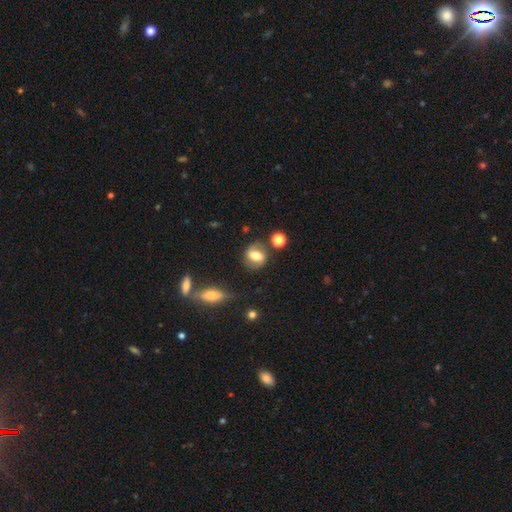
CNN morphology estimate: smooth_or_featured: smooth (p=0.51) [alt: featured or disk p=0.40]
how_rounded: round (p=0.53) [alt: in between p=0.44]
merging: none (p=0.73) [alt: minor disturbance p=0.16]